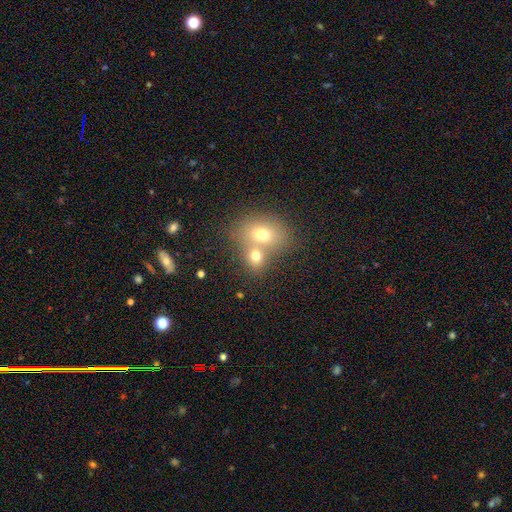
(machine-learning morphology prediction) smooth-or-featured: smooth: 70% | featured or disk: 18% | star or artifact: 12%
  how-rounded: round: 50% | in between: 49% | cigar-shaped: 1%
  merging: merger: 59% | none: 31% | minor disturbance: 7% | major disturbance: 3%